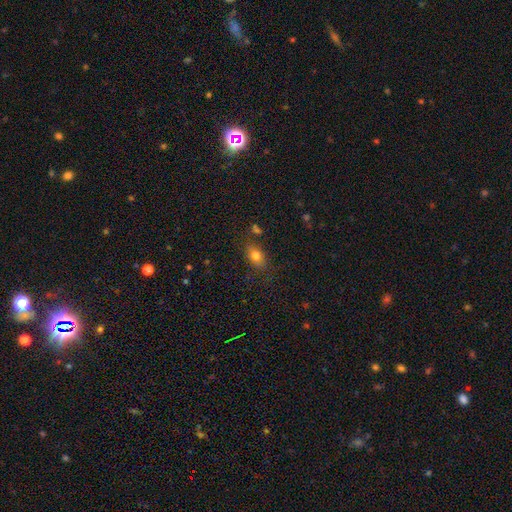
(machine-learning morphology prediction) Smooth or featured?
  - smooth: 79% *
  - star or artifact: 11%
  - featured or disk: 10%
How rounded?
  - in between: 80% *
  - round: 16%
  - cigar-shaped: 3%
Merging?
  - none: 76% *
  - minor disturbance: 15%
  - major disturbance: 5%
  - merger: 4%